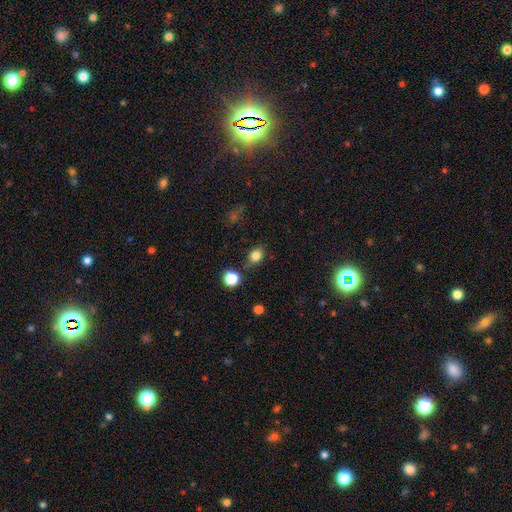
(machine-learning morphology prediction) Smooth or featured? smooth (81%)
How rounded? in between (51%)
Merging? none (73%)